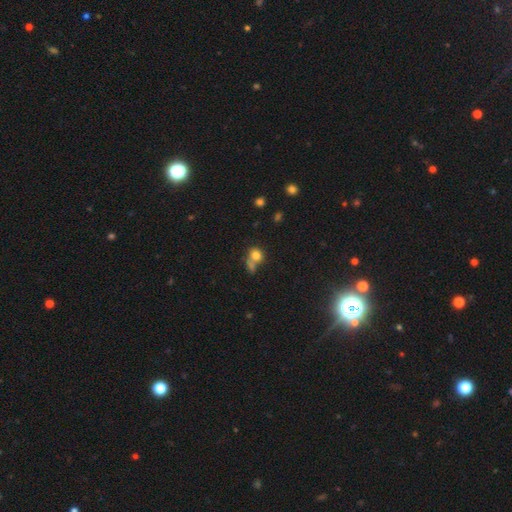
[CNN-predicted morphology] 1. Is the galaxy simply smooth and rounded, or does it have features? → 78% smooth, 12% star or artifact, 10% featured or disk.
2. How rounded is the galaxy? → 69% round, 30% in between, 1% cigar-shaped.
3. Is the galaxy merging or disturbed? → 41% none, 39% merger, 12% minor disturbance, 8% major disturbance.